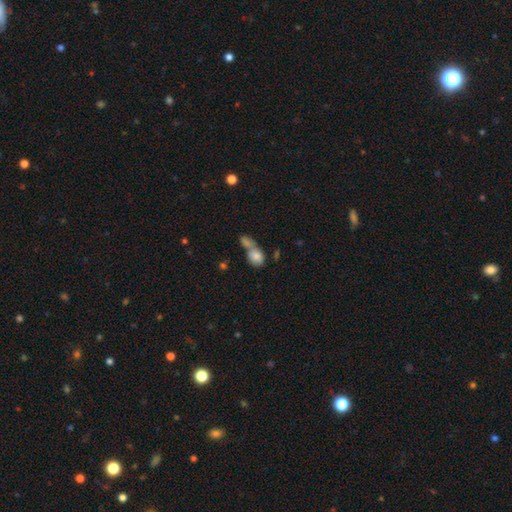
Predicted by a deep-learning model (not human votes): Smooth or featured: smooth — 80% (featured or disk — 12%)
How rounded: in between — 61% (round — 36%)
Merging: merger — 64% (none — 22%)